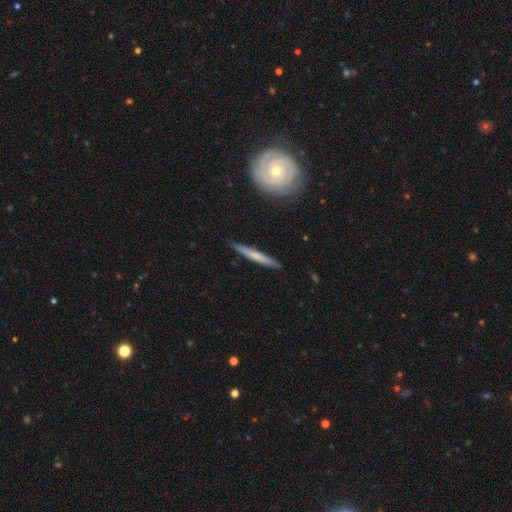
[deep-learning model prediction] Smooth or featured: featured or disk — 52% (smooth — 43%)
Edge-on disk: yes — 91% (no — 9%)
Merging: none — 88% (minor disturbance — 9%)